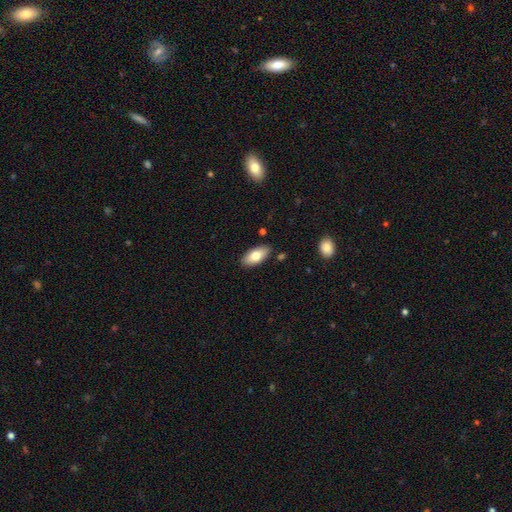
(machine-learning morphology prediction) type=smooth (78%); roundness=in between (90%); merging=none (86%).